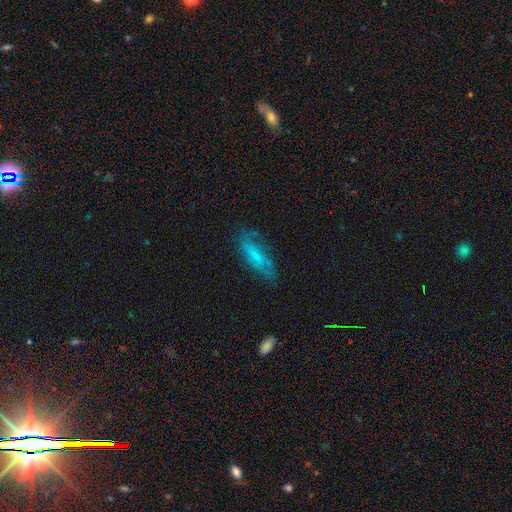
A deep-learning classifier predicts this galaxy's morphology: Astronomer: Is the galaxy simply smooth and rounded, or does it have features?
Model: smooth — 58% (runner-up: featured or disk, 34%).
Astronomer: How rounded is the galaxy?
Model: in between — 50% (runner-up: cigar-shaped, 48%).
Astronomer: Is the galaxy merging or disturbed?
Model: none — 65%.